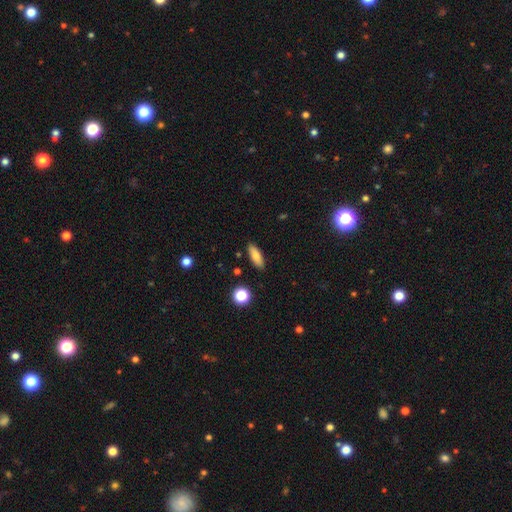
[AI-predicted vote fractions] The model was most divided on "how rounded": in between: 62%, cigar-shaped: 34%, round: 3%. More confident: merging — none (88%); smooth or featured — smooth (81%).